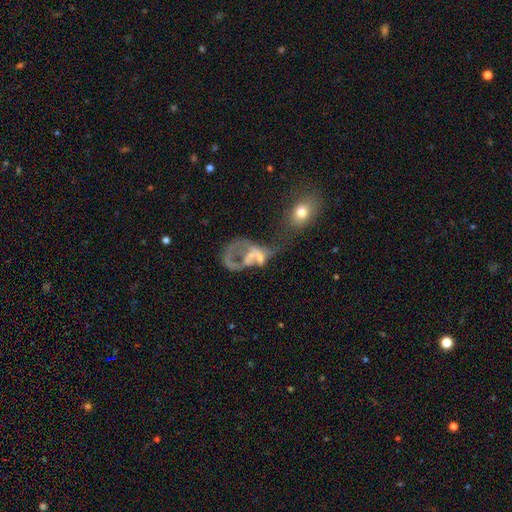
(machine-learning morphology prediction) smooth_or_featured: featured or disk (p=0.59) [alt: smooth p=0.27]
disk_edge_on: no (p=0.97) [alt: yes p=0.03]
bar: no (p=0.76) [alt: weak p=0.17]
has_spiral_arms: no (p=0.70) [alt: yes p=0.30]
bulge_size: none (p=0.37) [alt: moderate p=0.29]
merging: merger (p=0.42) [alt: major disturbance p=0.38]